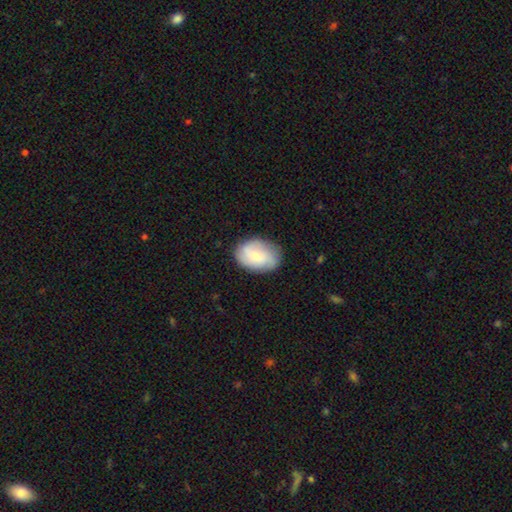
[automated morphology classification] smooth_or_featured: smooth (p=0.69) [alt: featured or disk p=0.24]
how_rounded: in between (p=0.82) [alt: round p=0.16]
merging: none (p=0.77) [alt: minor disturbance p=0.17]